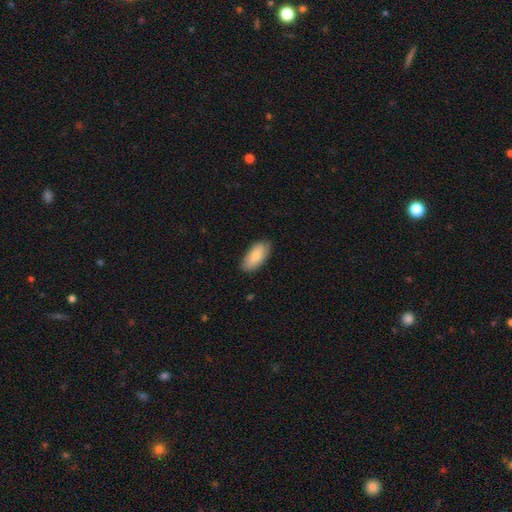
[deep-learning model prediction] A smooth galaxy with no disk features (82%) that is in between round and cigar-shaped (91%).

Vote fractions:
- Smooth or featured? smooth: 82% / featured or disk: 13% / star or artifact: 6%
- How rounded? in between: 91% / cigar-shaped: 6% / round: 2%
- Merging? none: 82% / minor disturbance: 15% / major disturbance: 2% / merger: 1%